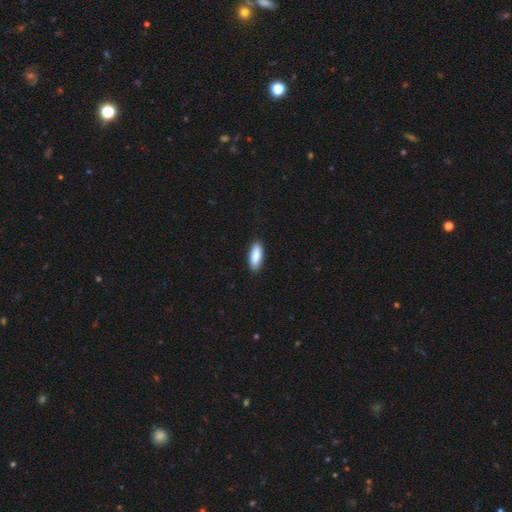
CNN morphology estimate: type=smooth (88%); roundness=in between (72%); merging=none (87%).